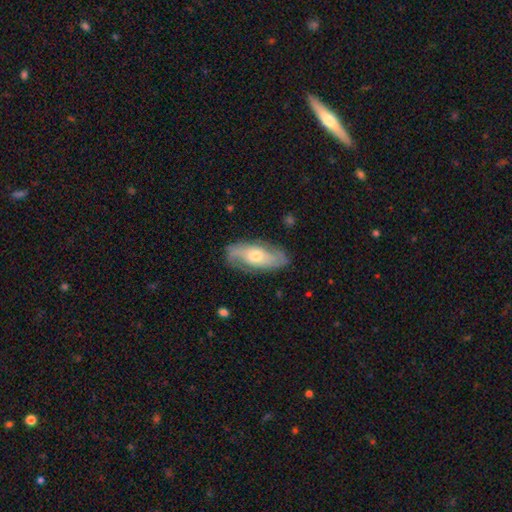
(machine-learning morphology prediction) The model was most divided on "bar": no: 61%, weak: 31%, strong: 8%. More confident: edge-on disk — no (87%); spiral arms — yes (87%); merging — none (78%); smooth or featured — featured or disk (64%); bulge size — moderate (60%).